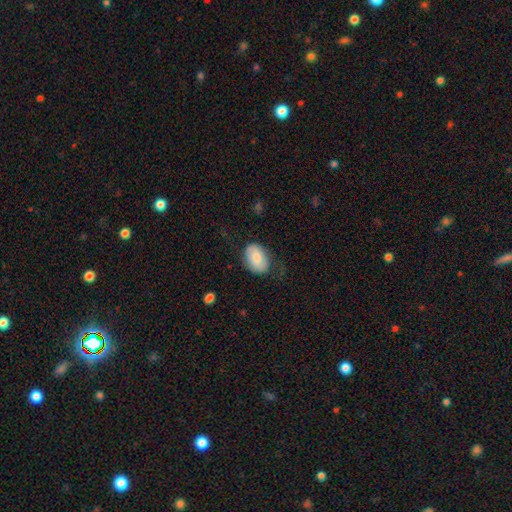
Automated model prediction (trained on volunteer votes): smooth-or-featured: smooth: 80% | featured or disk: 14% | star or artifact: 6%
  how-rounded: in between: 86% | round: 12% | cigar-shaped: 1%
  merging: none: 64% | minor disturbance: 25% | major disturbance: 10% | merger: 1%